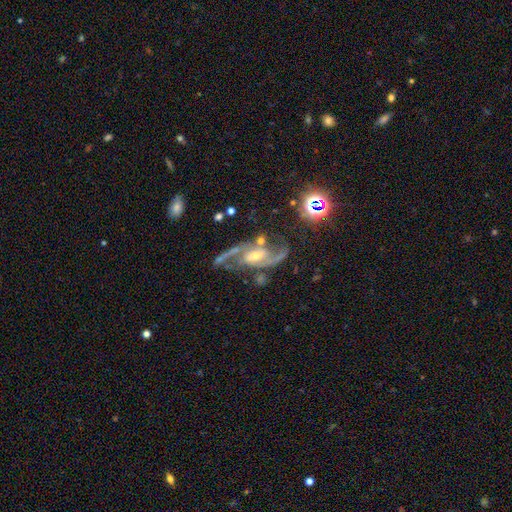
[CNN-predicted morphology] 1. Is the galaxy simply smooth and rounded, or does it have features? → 90% featured or disk, 7% star or artifact, 3% smooth.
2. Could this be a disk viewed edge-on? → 97% no, 3% yes.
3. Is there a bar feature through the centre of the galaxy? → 46% weak, 30% strong, 23% no.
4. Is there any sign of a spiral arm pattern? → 98% yes, 2% no.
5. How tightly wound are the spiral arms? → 51% medium, 37% loose, 11% tight.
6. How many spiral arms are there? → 92% 2, 2% can't tell, 2% 3, 2% 1, 1% 4, 1% more than 4.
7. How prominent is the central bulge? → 52% small, 41% moderate, 3% none, 3% large, 1% dominant.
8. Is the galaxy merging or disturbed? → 64% none, 17% minor disturbance, 12% major disturbance, 7% merger.